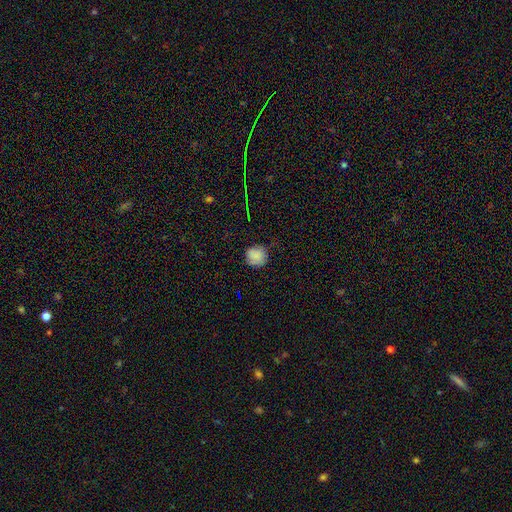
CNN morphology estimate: smooth 83%, star or artifact 11%, featured or disk 6%. Down the decision tree: how rounded — round (90%); merging — none (73%).